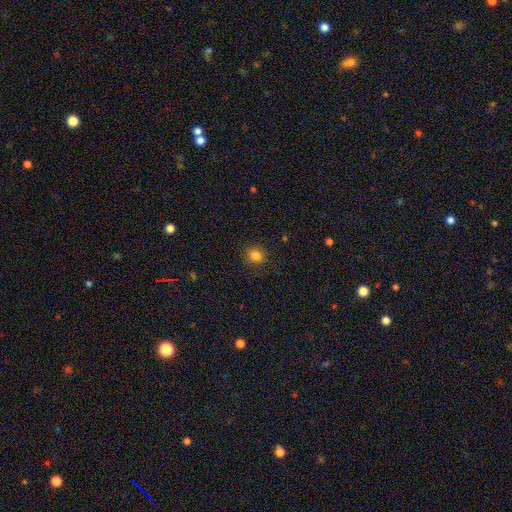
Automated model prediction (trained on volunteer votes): Smooth or featured: smooth — 81% (star or artifact — 13%)
How rounded: round — 74% (in between — 24%)
Merging: none — 87% (minor disturbance — 10%)